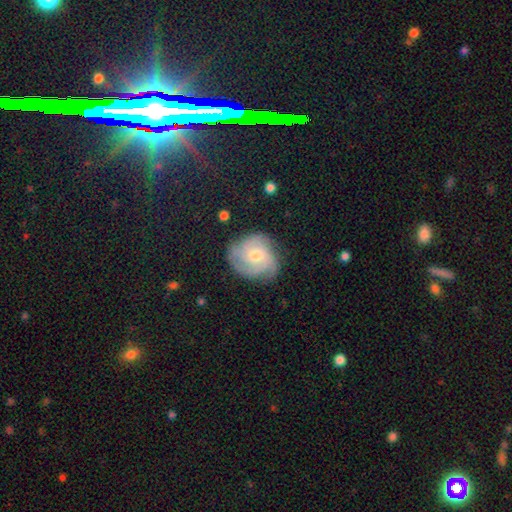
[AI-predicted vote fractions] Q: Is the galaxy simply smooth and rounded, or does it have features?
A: featured or disk — 76%.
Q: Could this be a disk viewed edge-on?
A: no — 98%.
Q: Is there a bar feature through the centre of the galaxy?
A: no — 74%.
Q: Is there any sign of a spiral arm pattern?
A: yes — 96%.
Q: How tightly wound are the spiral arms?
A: tight — 55%.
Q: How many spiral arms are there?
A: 3 — 45%.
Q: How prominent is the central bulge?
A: moderate — 50%.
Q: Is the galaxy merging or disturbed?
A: none — 75%.